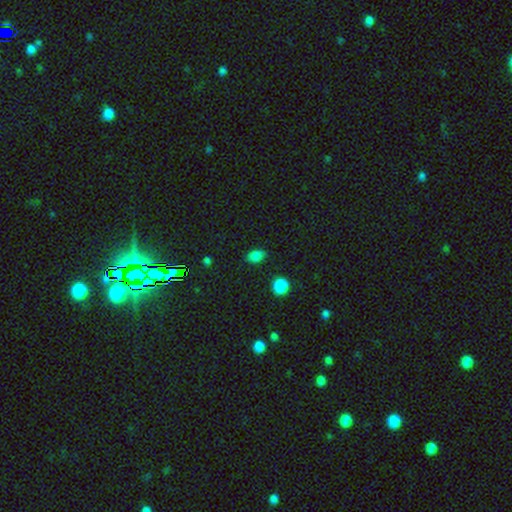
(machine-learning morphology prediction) type=smooth (81%); roundness=in between (81%); merging=none (81%).